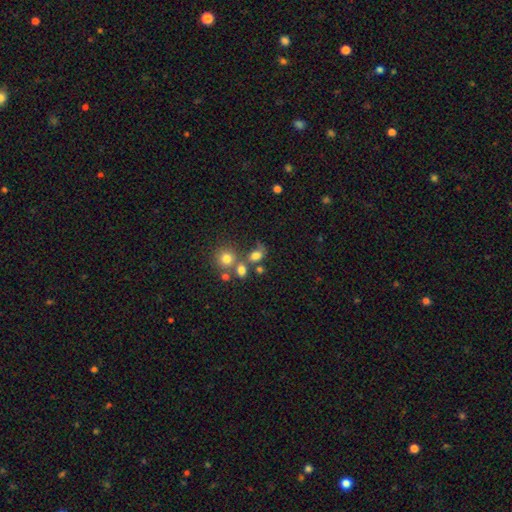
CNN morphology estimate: Q: Smooth or featured?
A: smooth (73%); runner-up: star or artifact (15%)
Q: How rounded?
A: in between (56%); runner-up: round (41%)
Q: Merging?
A: none (42%); runner-up: merger (29%)